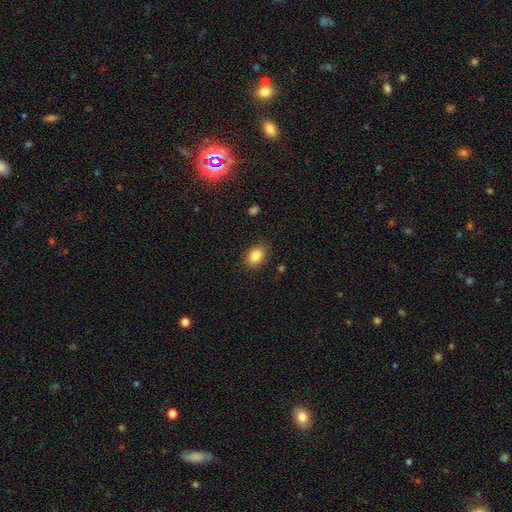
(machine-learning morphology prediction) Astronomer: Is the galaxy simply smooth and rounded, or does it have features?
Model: smooth — 85%.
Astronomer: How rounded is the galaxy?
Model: in between — 74%.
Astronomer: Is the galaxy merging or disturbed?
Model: none — 85%.